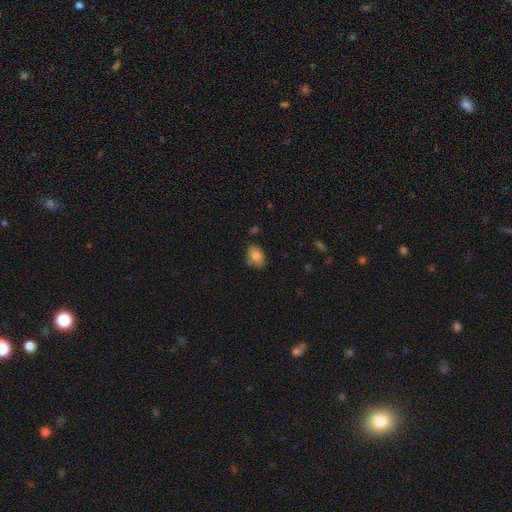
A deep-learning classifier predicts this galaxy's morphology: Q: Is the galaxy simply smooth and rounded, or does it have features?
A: smooth — 81%.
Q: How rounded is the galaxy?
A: in between — 86%.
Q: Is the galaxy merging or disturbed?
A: none — 65%.